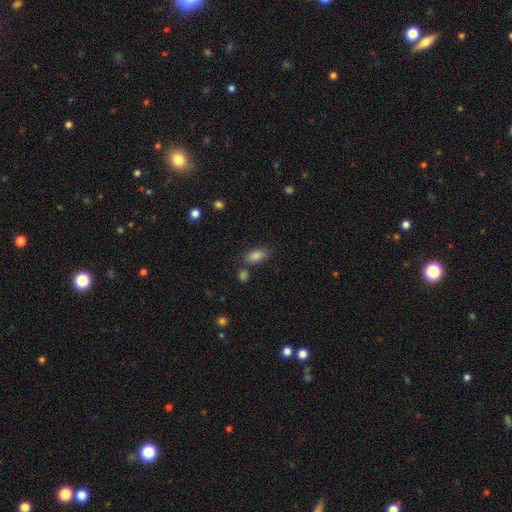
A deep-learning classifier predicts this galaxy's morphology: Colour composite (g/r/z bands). It shows a smooth galaxy with no disk features (85%) that is in between round and cigar-shaped (90%). Merging: none (74%).